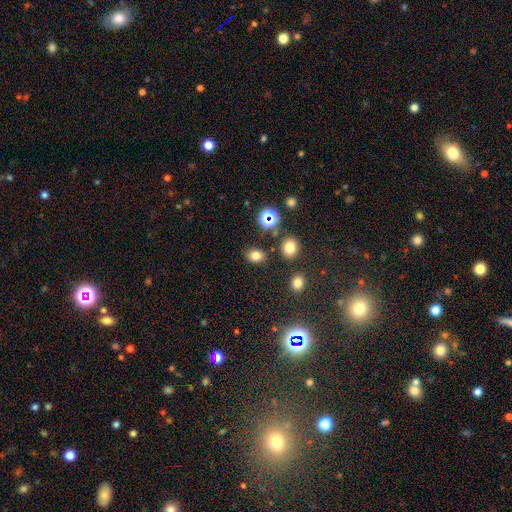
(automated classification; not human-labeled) This appears to be a smooth galaxy with no disk features (76%) that is in between round and cigar-shaped (56%). Merging: none (81%).